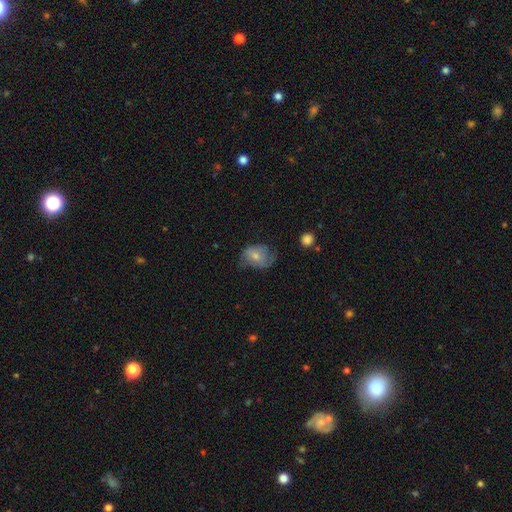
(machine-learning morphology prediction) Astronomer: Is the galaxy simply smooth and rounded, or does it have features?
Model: featured or disk — 51% (runner-up: smooth, 38%).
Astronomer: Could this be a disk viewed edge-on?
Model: no — 96%.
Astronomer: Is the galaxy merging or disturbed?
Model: none — 55%.